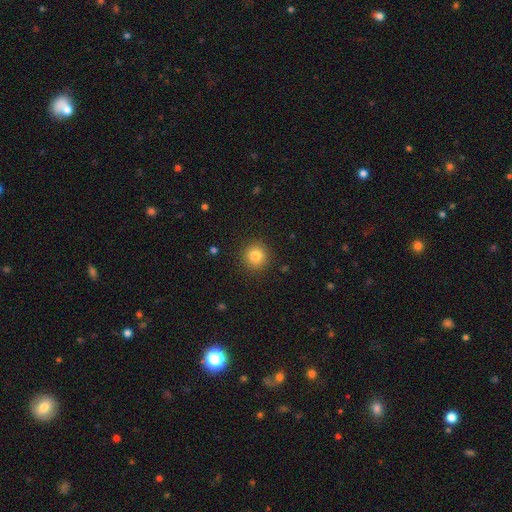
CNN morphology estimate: Overall: smooth (82%). How rounded: round (93%). Merging: none (91%).